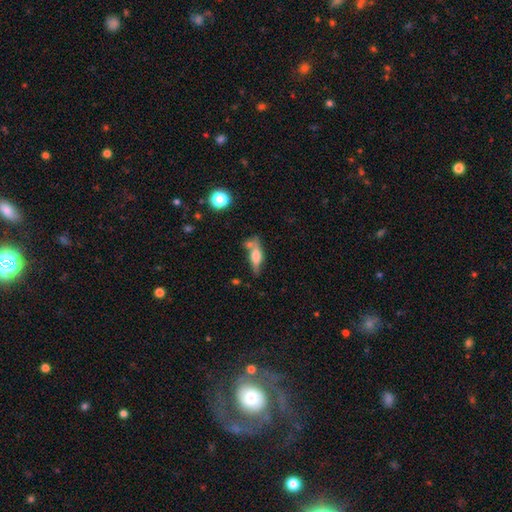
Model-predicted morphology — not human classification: smooth-or-featured: smooth: 52% | featured or disk: 40% | star or artifact: 8%
  how-rounded: in between: 49% | cigar-shaped: 46% | round: 4%
  merging: none: 55% | merger: 19% | minor disturbance: 19% | major disturbance: 7%